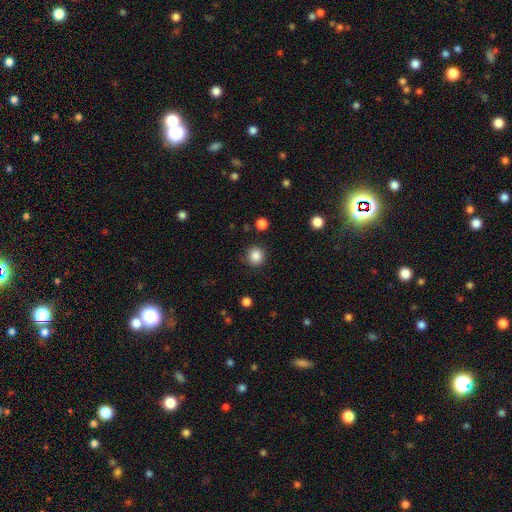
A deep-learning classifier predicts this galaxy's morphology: A smooth galaxy with no disk features (86%) that is round (93%). Merging: none (89%).